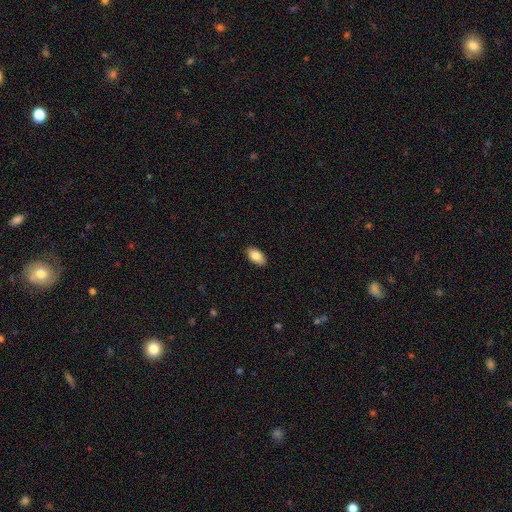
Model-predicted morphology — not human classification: This appears to be a smooth galaxy with no disk features (84%) that is in between round and cigar-shaped (94%). Merging: none (89%).